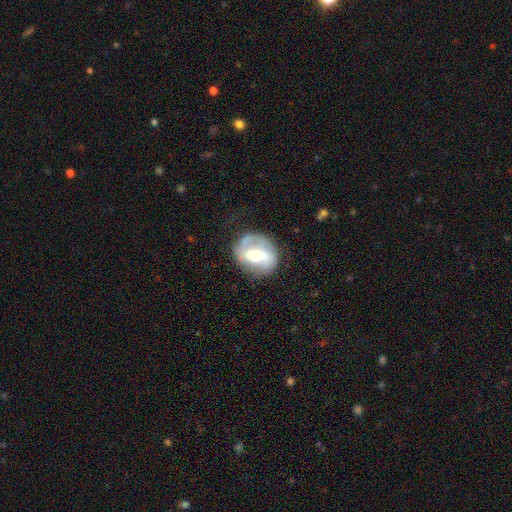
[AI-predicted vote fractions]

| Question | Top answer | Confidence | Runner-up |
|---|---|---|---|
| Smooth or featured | featured or disk | 66% | smooth (28%) |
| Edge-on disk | no | 95% | yes (5%) |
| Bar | weak | 37% | strong (35%) |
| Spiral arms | yes | 65% | no (35%) |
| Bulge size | moderate | 69% | small (20%) |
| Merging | none | 71% | minor disturbance (17%) |